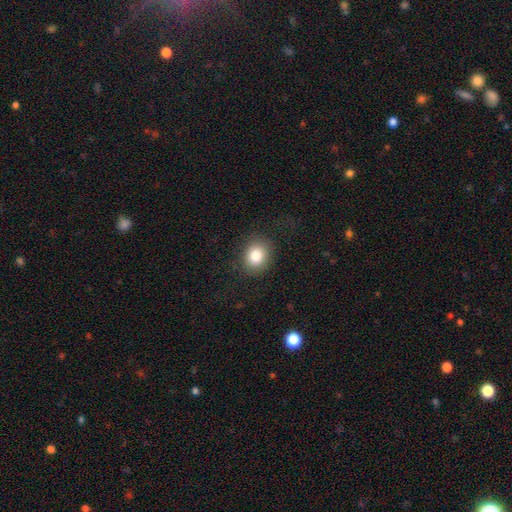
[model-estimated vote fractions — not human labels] The model was most divided on "how rounded": round: 58%, in between: 41%, cigar-shaped: 1%. More confident: merging — none (85%); smooth or featured — smooth (83%).